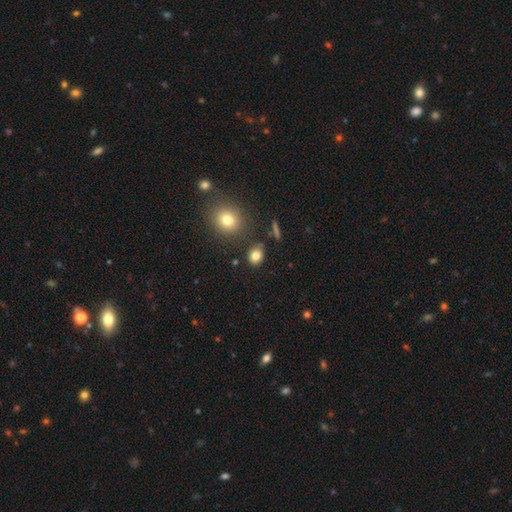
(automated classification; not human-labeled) smooth 81%, star or artifact 12%, featured or disk 7%. Down the decision tree: how rounded — round (51%); merging — none (82%).